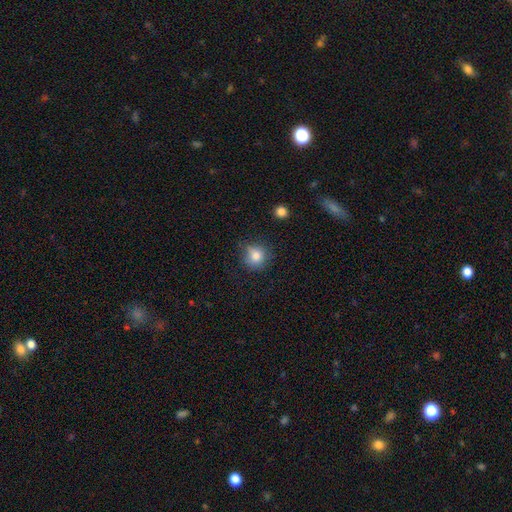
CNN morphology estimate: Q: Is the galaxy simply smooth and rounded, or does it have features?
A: smooth — 83%.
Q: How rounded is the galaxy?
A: round — 87%.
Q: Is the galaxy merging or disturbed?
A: none — 74%.